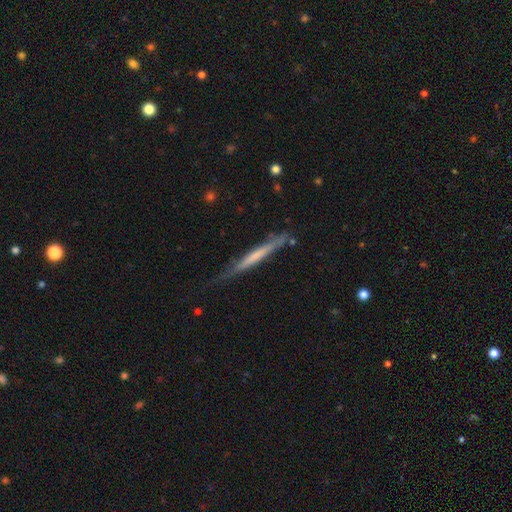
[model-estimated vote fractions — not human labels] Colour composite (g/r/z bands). It shows a featured or disk galaxy (47%, tied with smooth). Merging: none (67%).